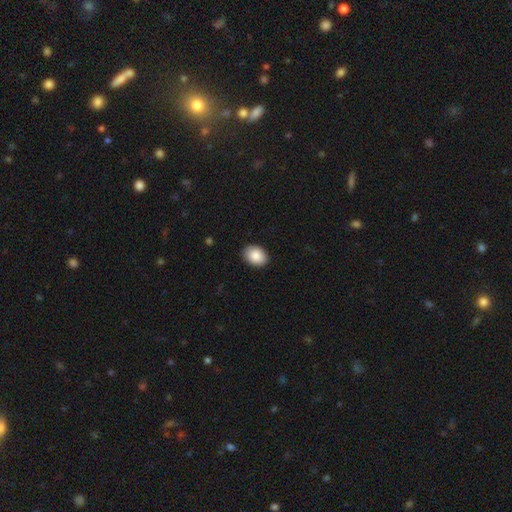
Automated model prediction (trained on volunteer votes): This is clearly a smooth galaxy (88%). How rounded: likely in between (76%). Merging: clearly none (89%).